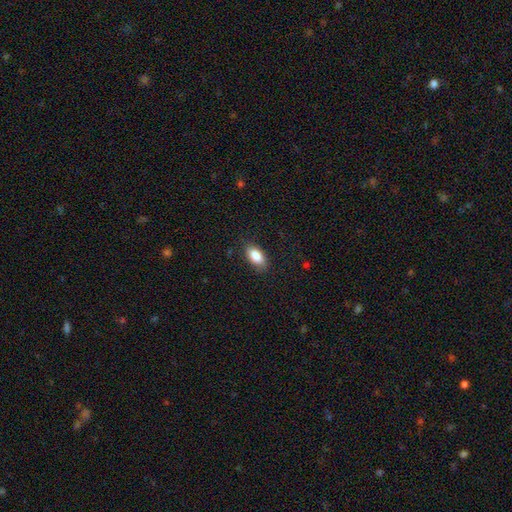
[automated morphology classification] This is clearly a smooth galaxy (87%). How rounded: clearly in between (91%). Merging: clearly none (84%).